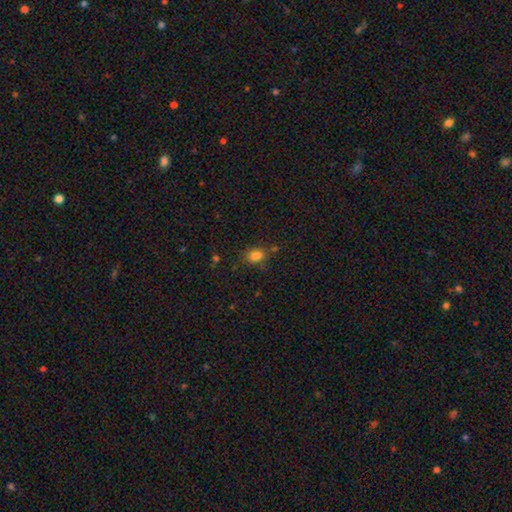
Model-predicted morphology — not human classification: A smooth galaxy with no disk features (80%) that is in between round and cigar-shaped (68%).

Vote fractions:
- Smooth or featured? smooth: 80% / star or artifact: 14% / featured or disk: 6%
- How rounded? in between: 68% / round: 30% / cigar-shaped: 2%
- Merging? none: 68% / minor disturbance: 19% / merger: 8% / major disturbance: 6%